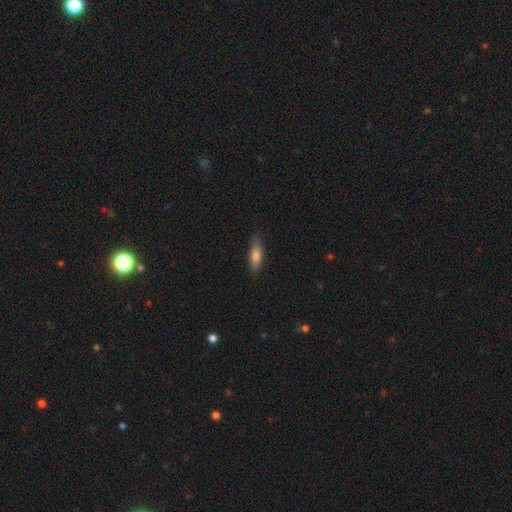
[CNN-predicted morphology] Smooth or featured? smooth (75%)
How rounded? cigar-shaped (49%)
Merging? none (84%)